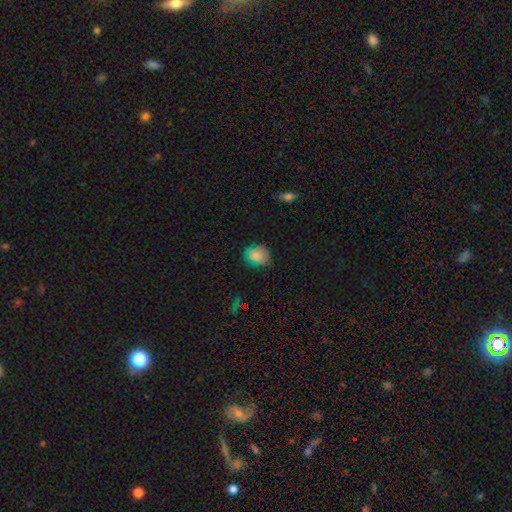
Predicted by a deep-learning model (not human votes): Smooth or featured? Predicted: smooth (p=0.73). How rounded? Predicted: round (p=0.56). Merging? Predicted: none (p=0.74).